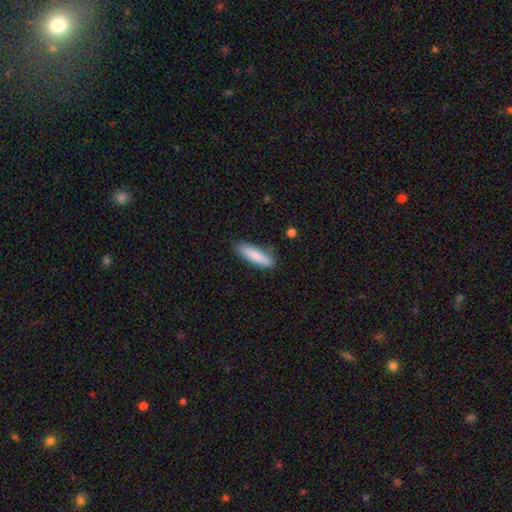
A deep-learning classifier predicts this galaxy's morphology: smooth_or_featured: smooth (p=0.85) [alt: featured or disk p=0.10]
how_rounded: cigar-shaped (p=0.68) [alt: in between p=0.30]
merging: none (p=0.81) [alt: minor disturbance p=0.14]